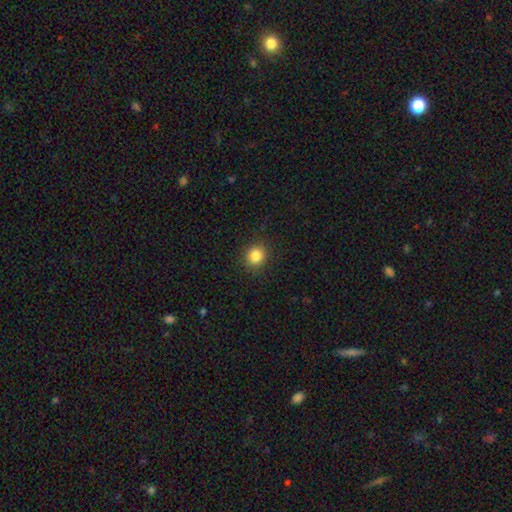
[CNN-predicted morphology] This appears to be a smooth galaxy with no disk features (85%) that is round (84%). Merging: none (90%).